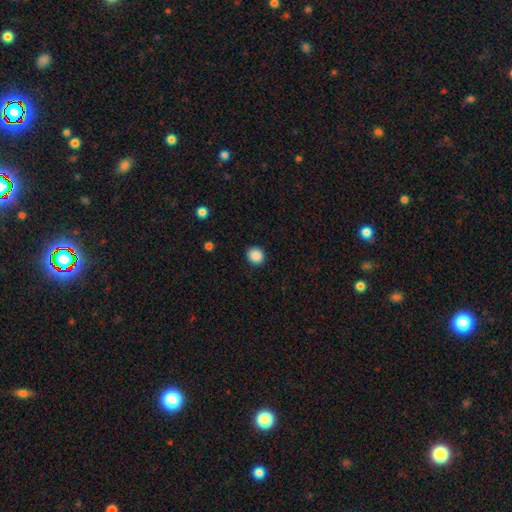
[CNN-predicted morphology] smooth-or-featured: smooth: 88% | star or artifact: 9% | featured or disk: 3%
  how-rounded: round: 83% | in between: 16% | cigar-shaped: 1%
  merging: none: 90% | minor disturbance: 7% | major disturbance: 2% | merger: 1%